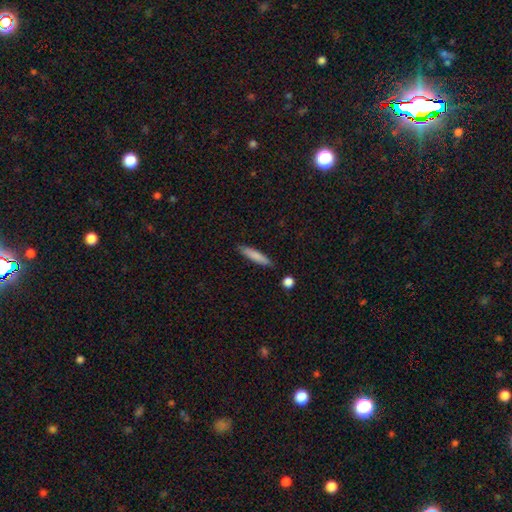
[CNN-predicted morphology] smooth_or_featured: smooth (p=0.79) [alt: featured or disk p=0.15]
how_rounded: cigar-shaped (p=0.86) [alt: in between p=0.13]
merging: none (p=0.83) [alt: minor disturbance p=0.12]